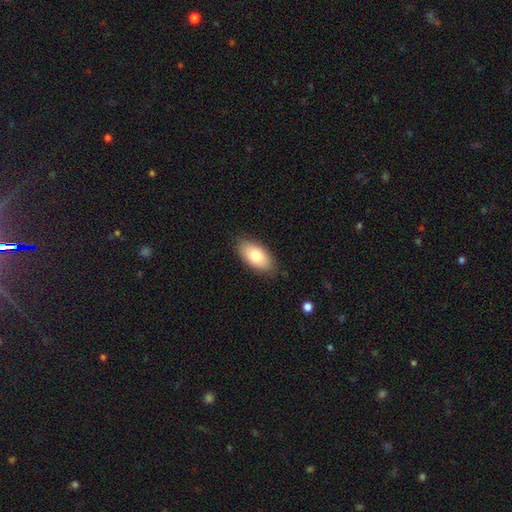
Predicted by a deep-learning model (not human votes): Smooth or featured?
  - smooth: 80% *
  - featured or disk: 14%
  - star or artifact: 6%
How rounded?
  - in between: 93% *
  - cigar-shaped: 4%
  - round: 3%
Merging?
  - none: 85% *
  - minor disturbance: 12%
  - major disturbance: 2%
  - merger: 1%